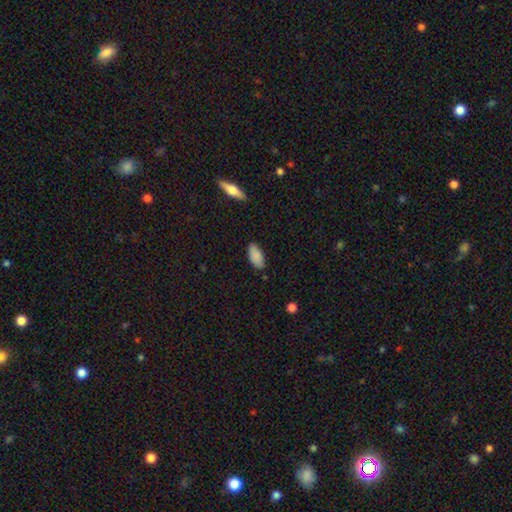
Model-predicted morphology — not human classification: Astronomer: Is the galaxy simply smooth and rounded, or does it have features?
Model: smooth — 86%.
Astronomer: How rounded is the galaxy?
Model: in between — 92%.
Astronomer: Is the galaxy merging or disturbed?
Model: none — 82%.